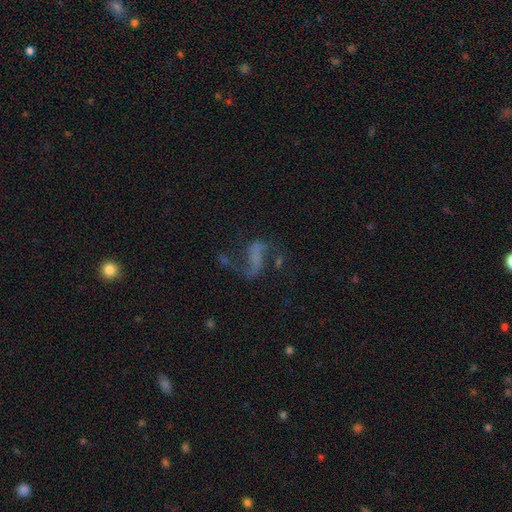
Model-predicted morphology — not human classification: This appears to be a featured or disk galaxy (75%) with a weak bar (33%, tied with no and strong), 2 (88%) loose (78%) spiral arms (88%) and no central bulge (70%). Merging: none (53%).